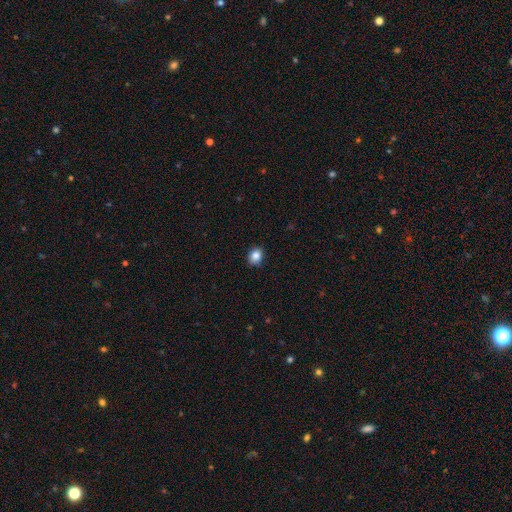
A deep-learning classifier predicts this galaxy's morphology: This appears to be a smooth galaxy with no disk features (85%) that is round (60%). Merging: none (88%).